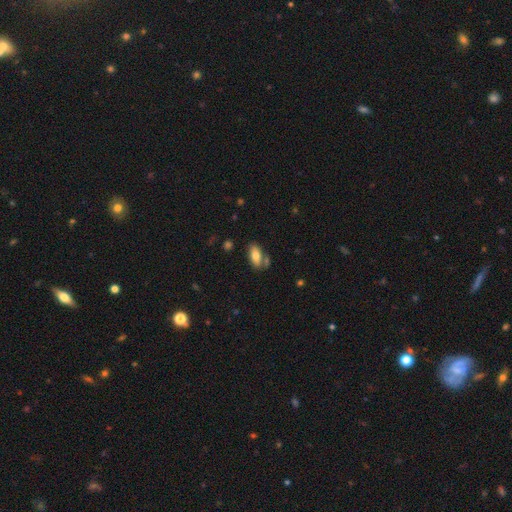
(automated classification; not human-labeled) Q: Smooth or featured?
A: smooth (77%); runner-up: featured or disk (16%)
Q: How rounded?
A: in between (86%); runner-up: cigar-shaped (11%)
Q: Merging?
A: none (68%); runner-up: minor disturbance (15%)